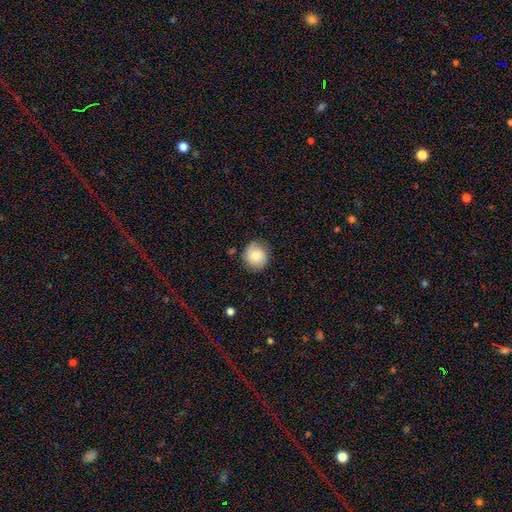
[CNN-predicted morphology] This appears to be a smooth galaxy with no disk features (74%) that is round (86%). Merging: none (80%).